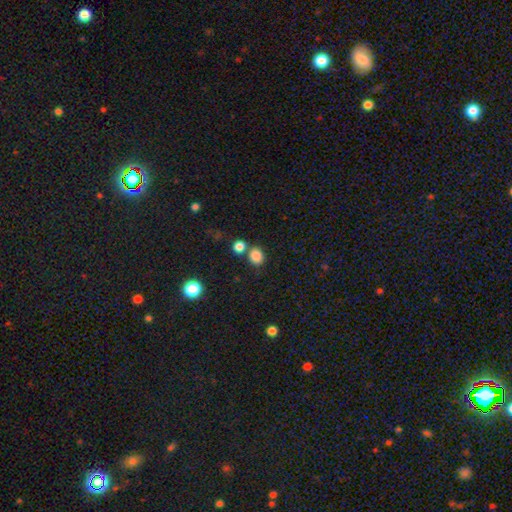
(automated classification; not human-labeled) Smooth or featured?
  - smooth: 85% *
  - star or artifact: 11%
  - featured or disk: 4%
How rounded?
  - round: 64% *
  - in between: 35%
  - cigar-shaped: 1%
Merging?
  - none: 68% *
  - merger: 19%
  - minor disturbance: 10%
  - major disturbance: 3%